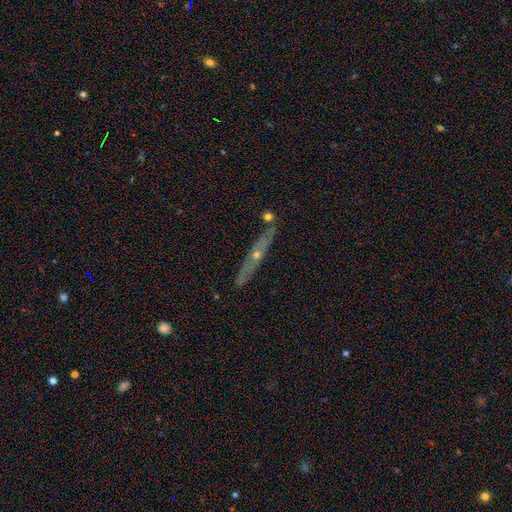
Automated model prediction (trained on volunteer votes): Smooth or featured? featured or disk (70%)
Edge-on disk? yes (85%)
Edge-on bulge? rounded (76%)
Merging? none (82%)